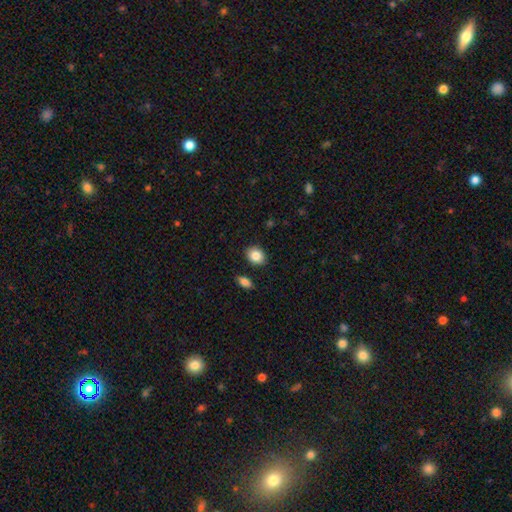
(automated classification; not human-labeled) smooth 86%, star or artifact 8%, featured or disk 6%. Down the decision tree: how rounded — round (50%); merging — none (86%).